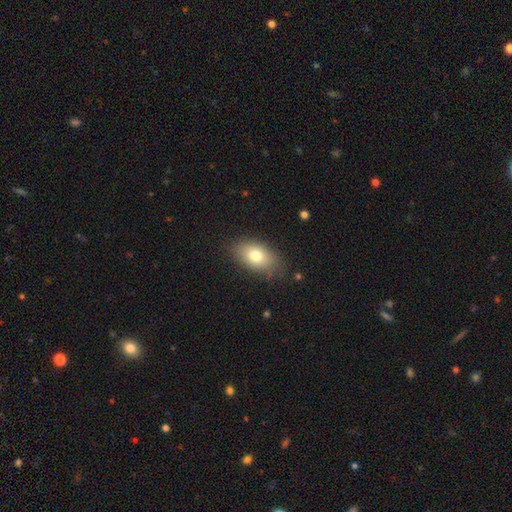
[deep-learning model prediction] smooth-or-featured: smooth: 77% | featured or disk: 14% | star or artifact: 9%
  how-rounded: in between: 87% | round: 11% | cigar-shaped: 2%
  merging: none: 77% | minor disturbance: 17% | major disturbance: 5% | merger: 1%